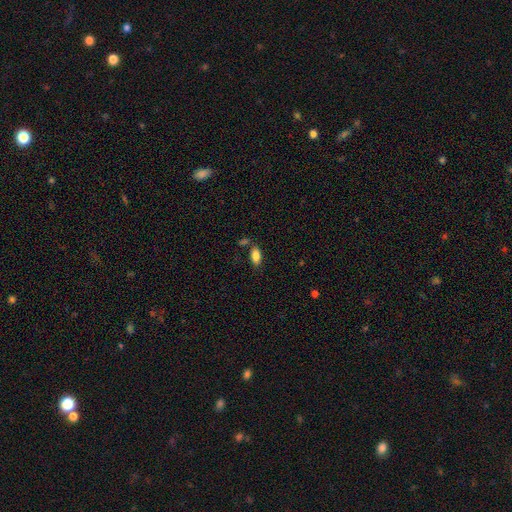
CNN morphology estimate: This appears to be a smooth galaxy with no disk features (86%) that is in between round and cigar-shaped (92%). Merging: none (73%).